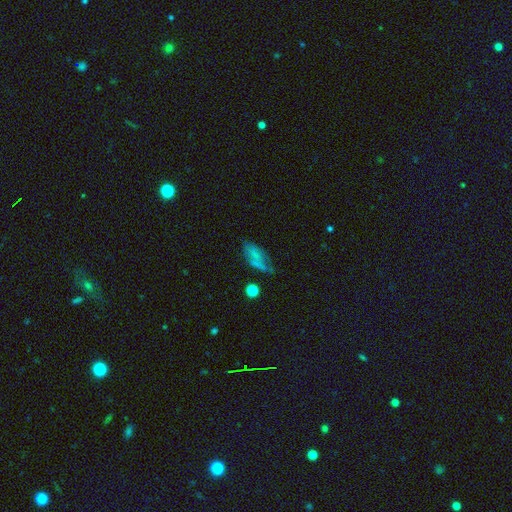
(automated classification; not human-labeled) A smooth galaxy with no disk features (55%) that is in between round and cigar-shaped (79%).

Vote fractions:
- Smooth or featured? smooth: 55% / featured or disk: 31% / star or artifact: 14%
- How rounded? in between: 79% / cigar-shaped: 15% / round: 5%
- Merging? none: 44% / minor disturbance: 28% / major disturbance: 21% / merger: 6%